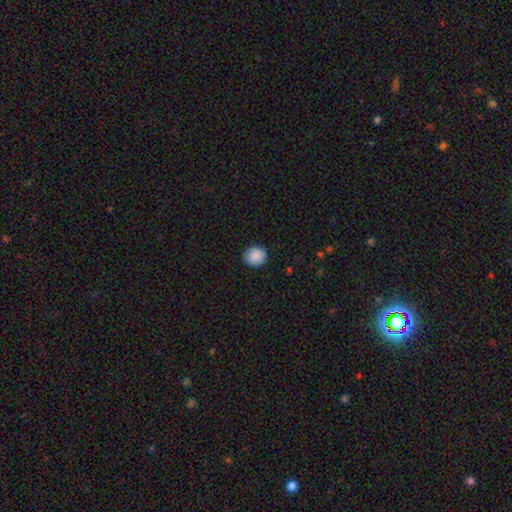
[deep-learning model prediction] Smooth or featured? Predicted: smooth (p=0.89). How rounded? Predicted: round (p=0.80). Merging? Predicted: none (p=0.89).